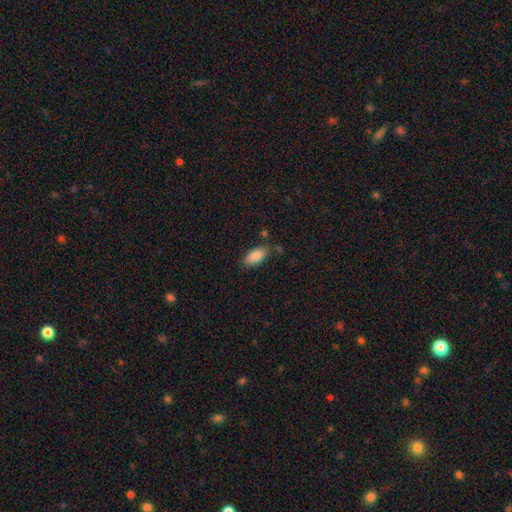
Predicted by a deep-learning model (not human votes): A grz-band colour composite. It shows a smooth galaxy with no disk features (87%) that is in between round and cigar-shaped (91%). Merging: none (71%).